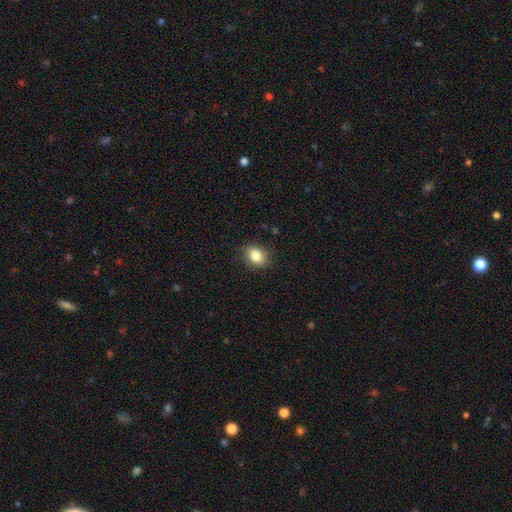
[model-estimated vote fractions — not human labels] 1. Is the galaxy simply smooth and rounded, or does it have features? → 84% smooth, 9% star or artifact, 7% featured or disk.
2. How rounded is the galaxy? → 67% in between, 32% round, 1% cigar-shaped.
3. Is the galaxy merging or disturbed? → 86% none, 11% minor disturbance, 2% major disturbance, 1% merger.